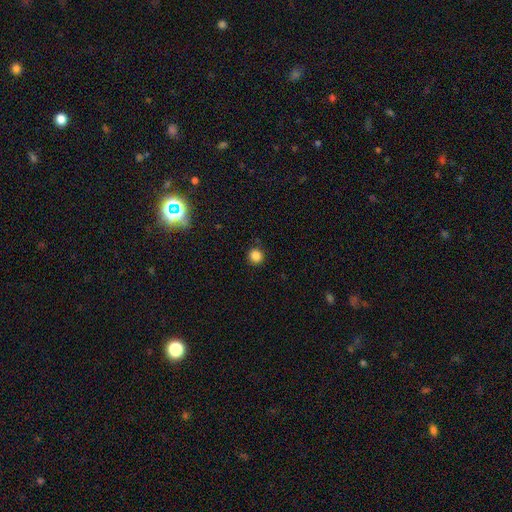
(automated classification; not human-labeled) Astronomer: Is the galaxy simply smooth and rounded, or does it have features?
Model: smooth — 85%.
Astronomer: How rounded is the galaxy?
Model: round — 94%.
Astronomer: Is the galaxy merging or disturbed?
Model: none — 89%.